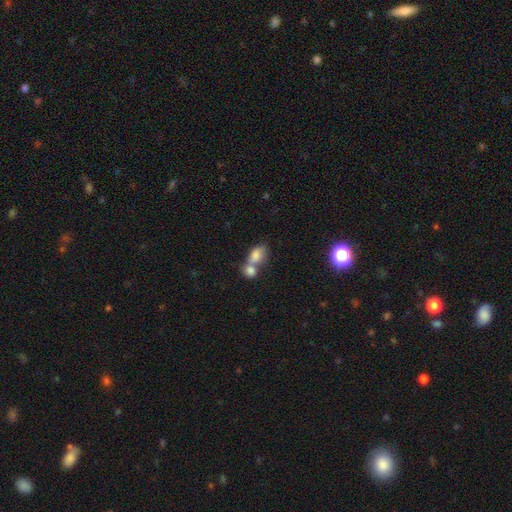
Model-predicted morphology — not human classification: This is likely a smooth galaxy (79%). How rounded: likely in between (75%). Merging: likely merger (66%).